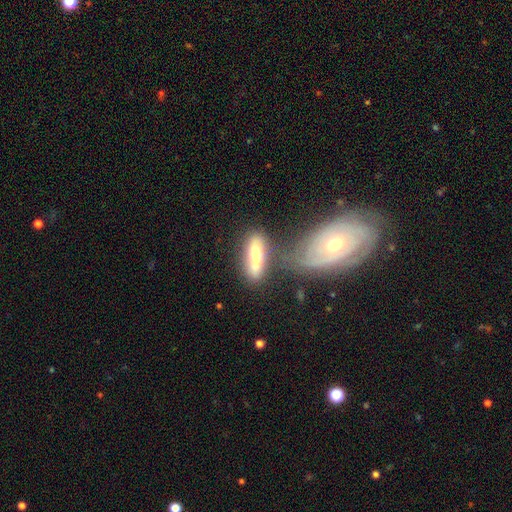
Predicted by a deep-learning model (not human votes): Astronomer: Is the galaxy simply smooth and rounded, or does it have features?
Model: smooth — 63%.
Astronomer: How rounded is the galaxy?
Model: in between — 56% (runner-up: cigar-shaped, 40%).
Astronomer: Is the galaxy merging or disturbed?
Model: merger — 39% (runner-up: none, 35%).